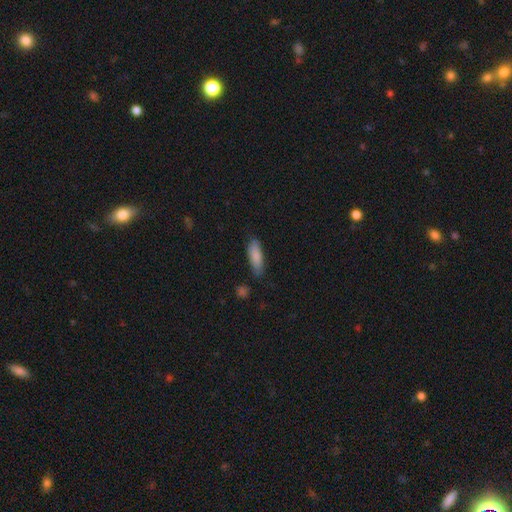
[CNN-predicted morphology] A smooth galaxy with no disk features (86%) that is in between round and cigar-shaped (59%). Merging: none (72%).